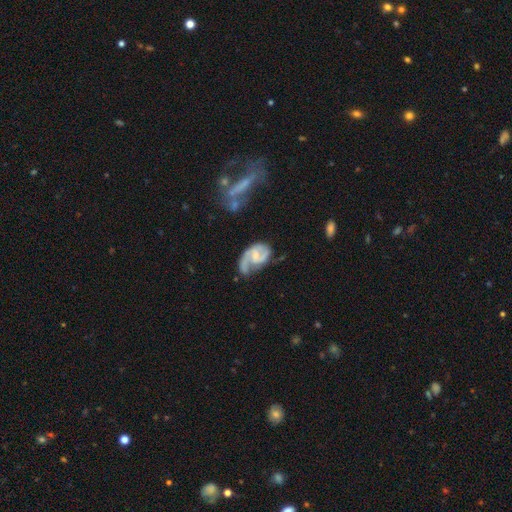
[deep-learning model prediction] featured or disk 82%, smooth 13%, star or artifact 5%. Down the decision tree: edge-on disk — no (98%); bar — weak (50%); spiral arms — yes (94%); spiral arm count — 2 (73%); spiral winding — medium (49%); bulge size — small (52%); merging — none (45%).